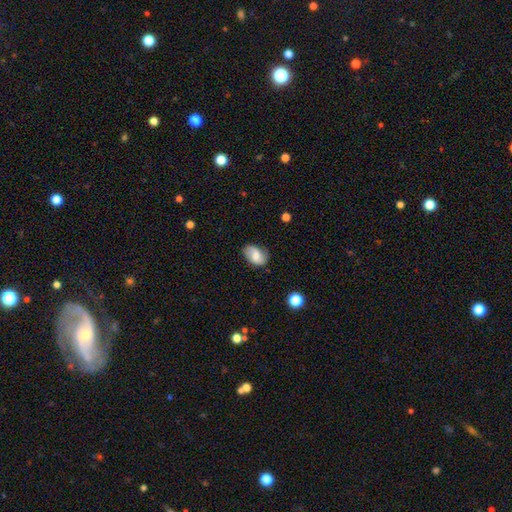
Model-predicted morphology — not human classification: Smooth or featured?
  - smooth: 61% *
  - featured or disk: 31%
  - star or artifact: 8%
How rounded?
  - in between: 85% *
  - round: 14%
  - cigar-shaped: 1%
Merging?
  - none: 70% *
  - minor disturbance: 24%
  - major disturbance: 5%
  - merger: 2%